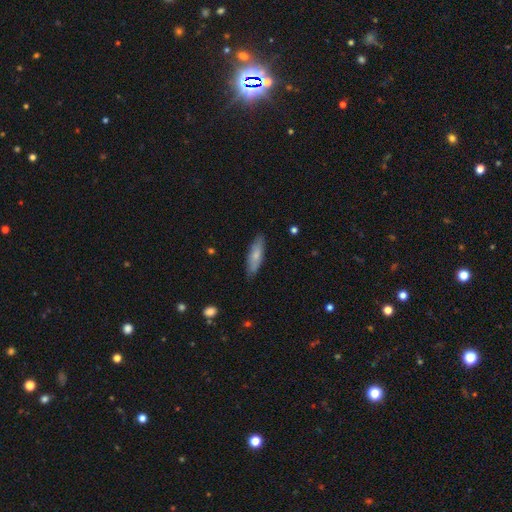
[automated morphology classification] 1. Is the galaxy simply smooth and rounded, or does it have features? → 70% smooth, 24% featured or disk, 6% star or artifact.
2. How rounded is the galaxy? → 59% cigar-shaped, 39% in between, 2% round.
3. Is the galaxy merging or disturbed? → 84% none, 13% minor disturbance, 2% major disturbance, 1% merger.